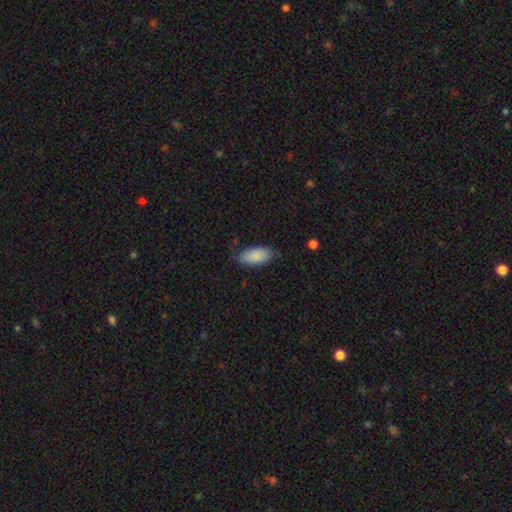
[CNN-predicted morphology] Q: Smooth or featured?
A: smooth (87%); runner-up: featured or disk (7%)
Q: How rounded?
A: in between (92%); runner-up: cigar-shaped (6%)
Q: Merging?
A: none (73%); runner-up: minor disturbance (21%)